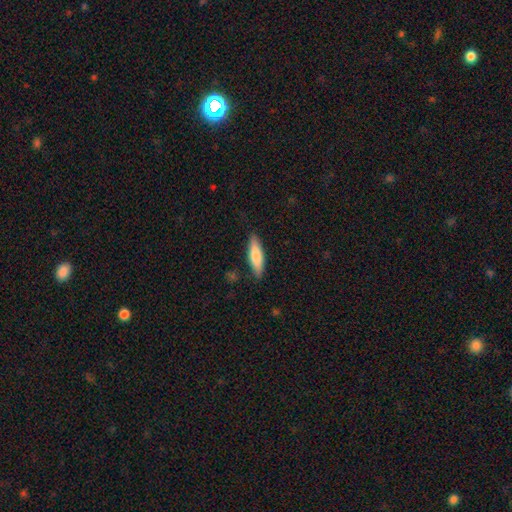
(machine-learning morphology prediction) The model was most divided on "how rounded": cigar-shaped: 64%, in between: 35%, round: 2%. More confident: merging — none (87%); smooth or featured — smooth (76%).